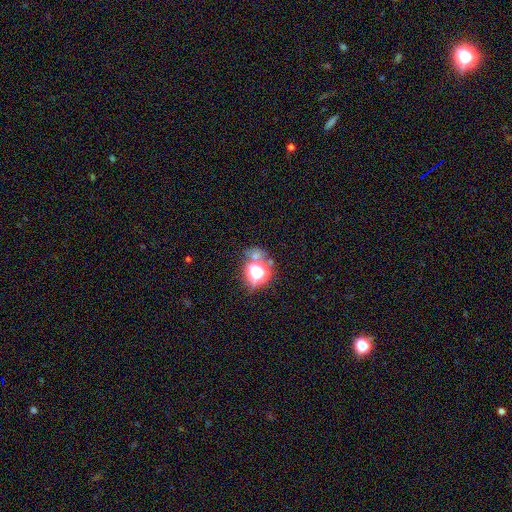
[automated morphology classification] Q: Smooth or featured?
A: star or artifact (47%); runner-up: smooth (43%)